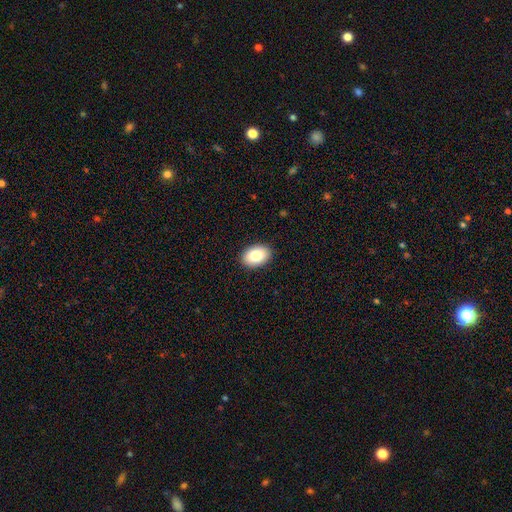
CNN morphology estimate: smooth_or_featured: smooth (p=0.83) [alt: featured or disk p=0.09]
how_rounded: in between (p=0.86) [alt: round p=0.13]
merging: none (p=0.90) [alt: minor disturbance p=0.07]